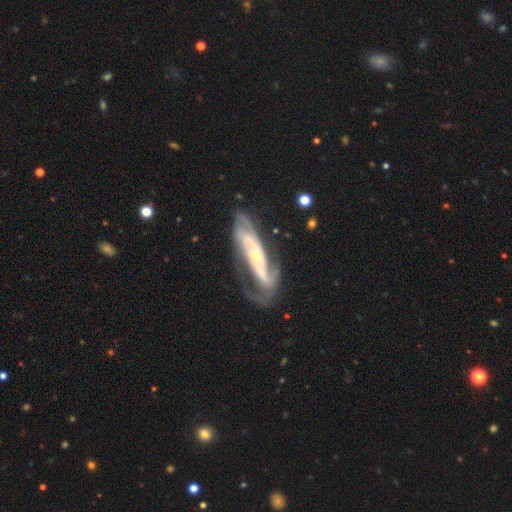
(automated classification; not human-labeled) A featured or disk galaxy (84%) with no bar (46%), 2 (58%) medium (42%) spiral arms (93%) and a small central bulge (71%).

Vote fractions:
- Smooth or featured? featured or disk: 84% / smooth: 10% / star or artifact: 6%
- Edge-on disk? no: 84% / yes: 16%
- Bar? no: 46% / weak: 27% / strong: 27%
- Spiral arms? yes: 93% / no: 7%
- Spiral winding? medium: 42% / tight: 40% / loose: 18%
- Spiral arm count? 2: 58% / can't tell: 22% / 3: 10% / 1: 4% / 4: 3% / more than 4: 3%
- Bulge size? small: 71% / moderate: 22% / none: 4% / large: 2% / dominant: 1%
- Merging? none: 59% / minor disturbance: 22% / major disturbance: 17% / merger: 3%